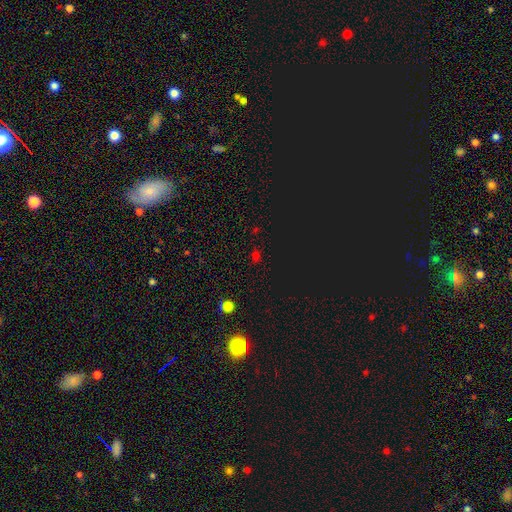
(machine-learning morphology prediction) Smooth or featured? star or artifact (54%)